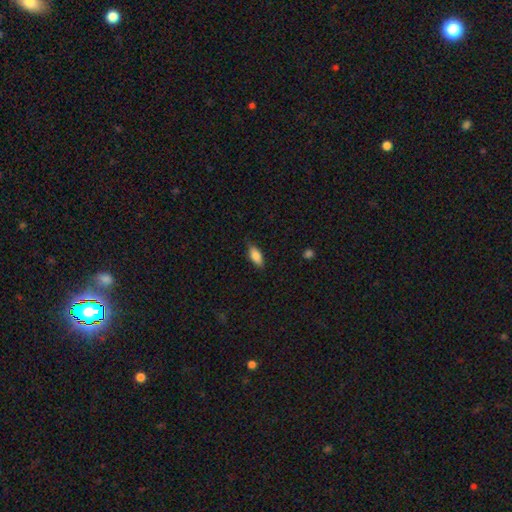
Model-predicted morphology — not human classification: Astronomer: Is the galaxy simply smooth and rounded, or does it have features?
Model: smooth — 84%.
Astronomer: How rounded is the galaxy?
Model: in between — 82%.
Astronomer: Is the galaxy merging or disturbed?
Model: none — 81%.